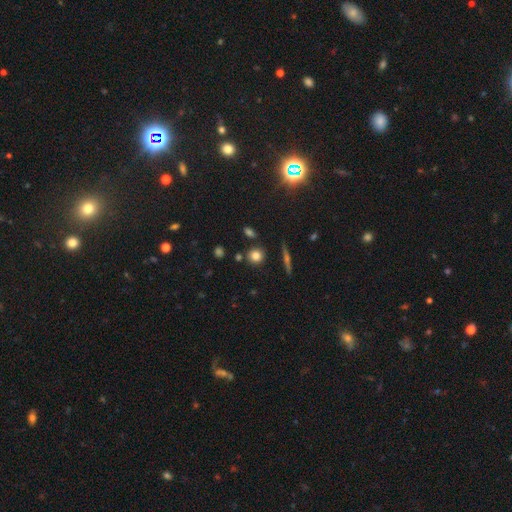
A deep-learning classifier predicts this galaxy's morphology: Smooth or featured? Predicted: smooth (p=0.78). How rounded? Predicted: round (p=0.84). Merging? Predicted: none (p=0.81).